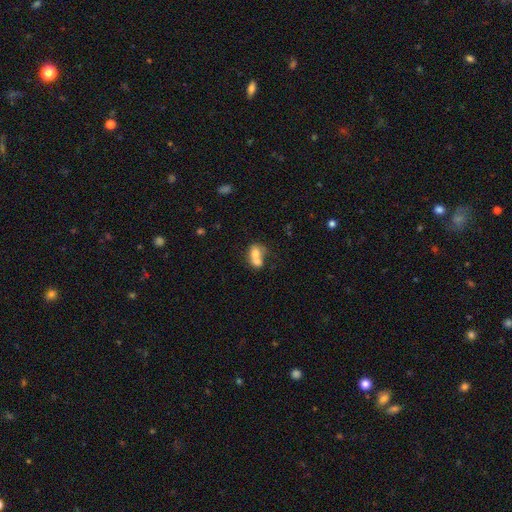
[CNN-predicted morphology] smooth-or-featured: smooth: 68% | featured or disk: 23% | star or artifact: 9%
  how-rounded: in between: 54% | round: 44% | cigar-shaped: 1%
  merging: merger: 72% | none: 17% | minor disturbance: 7% | major disturbance: 4%